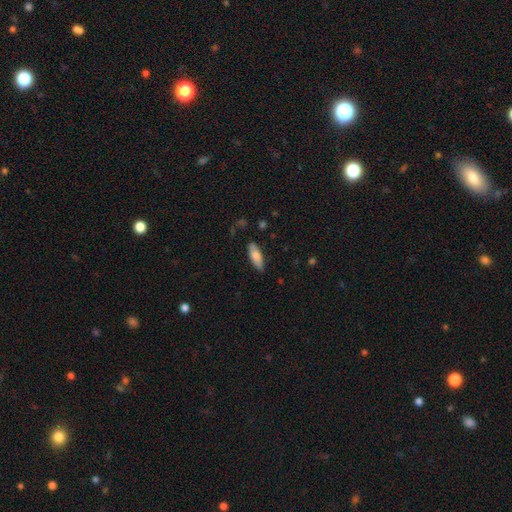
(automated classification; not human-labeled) smooth-or-featured: smooth: 77% | featured or disk: 17% | star or artifact: 6%
  how-rounded: in between: 62% | cigar-shaped: 36% | round: 2%
  merging: none: 80% | minor disturbance: 16% | major disturbance: 3% | merger: 1%